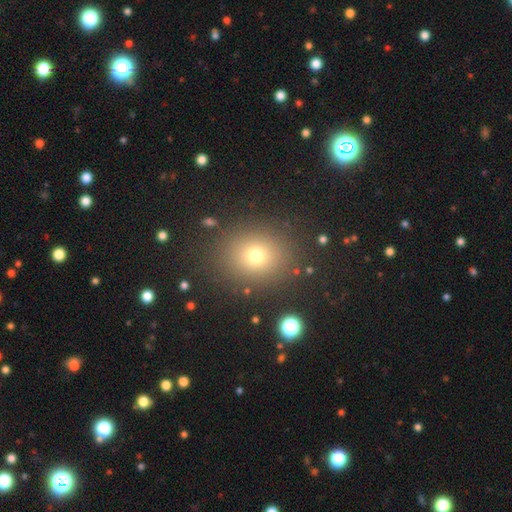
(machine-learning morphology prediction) This is likely a smooth galaxy (70%). How rounded: likely round (70%). Merging: clearly none (87%).